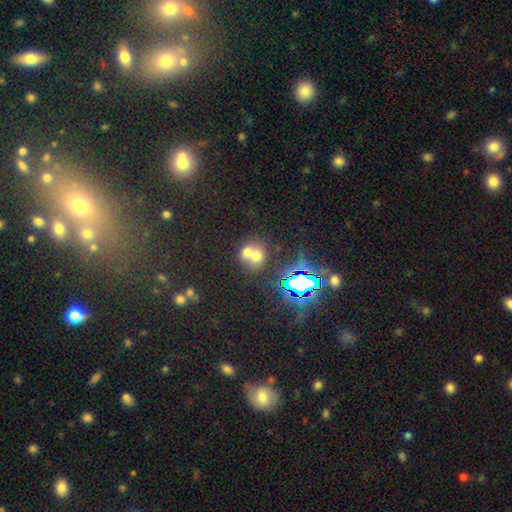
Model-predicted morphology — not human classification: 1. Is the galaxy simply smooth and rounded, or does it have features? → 59% smooth, 22% star or artifact, 19% featured or disk.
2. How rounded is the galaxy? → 68% round, 31% in between, 1% cigar-shaped.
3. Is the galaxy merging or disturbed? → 65% merger, 26% none, 5% minor disturbance, 3% major disturbance.